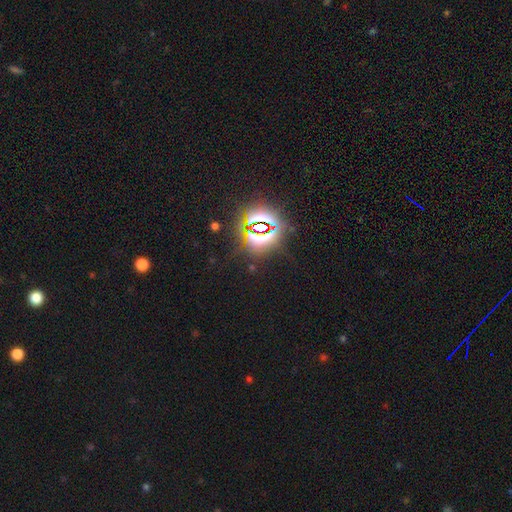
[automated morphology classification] Overall: star or artifact (82%).